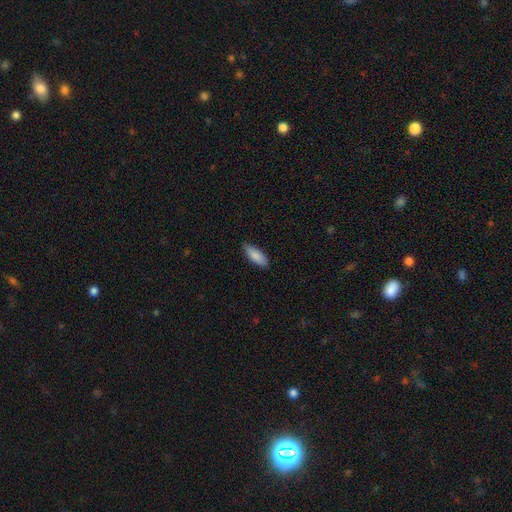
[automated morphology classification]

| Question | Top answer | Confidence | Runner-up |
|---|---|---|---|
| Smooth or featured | smooth | 86% | featured or disk (8%) |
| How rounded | in between | 70% | cigar-shaped (29%) |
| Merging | none | 86% | minor disturbance (11%) |